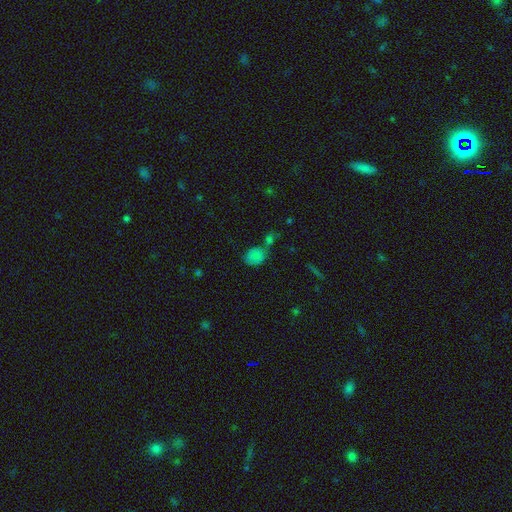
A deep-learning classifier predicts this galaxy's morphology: Smooth or featured?
  - smooth: 74% *
  - star or artifact: 17%
  - featured or disk: 9%
How rounded?
  - round: 53% *
  - in between: 46%
  - cigar-shaped: 2%
Merging?
  - none: 51% *
  - merger: 27%
  - minor disturbance: 16%
  - major disturbance: 6%